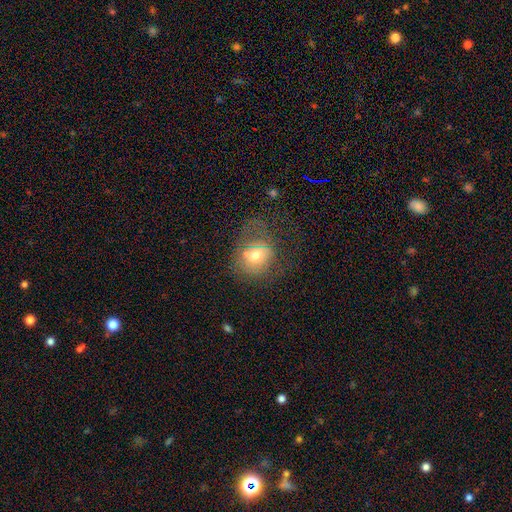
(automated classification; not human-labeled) This is likely a smooth galaxy (61%). How rounded: likely round (64%). Merging: marginally none (40%).